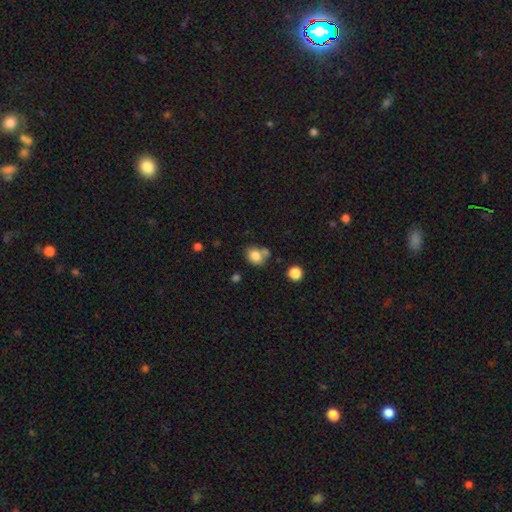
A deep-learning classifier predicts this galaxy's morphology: A smooth galaxy with no disk features (81%) that is round (52%).

Vote fractions:
- Smooth or featured? smooth: 81% / star or artifact: 11% / featured or disk: 8%
- How rounded? round: 52% / in between: 47% / cigar-shaped: 1%
- Merging? none: 54% / merger: 24% / minor disturbance: 16% / major disturbance: 5%